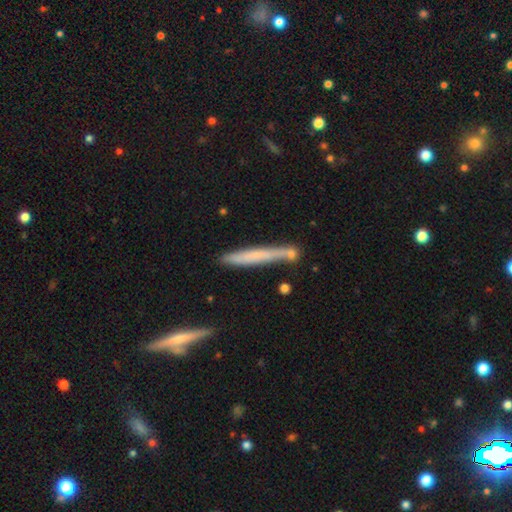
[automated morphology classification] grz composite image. It shows a smooth galaxy with no disk features (55%) that is cigar-shaped (96%). Merging: none (71%).